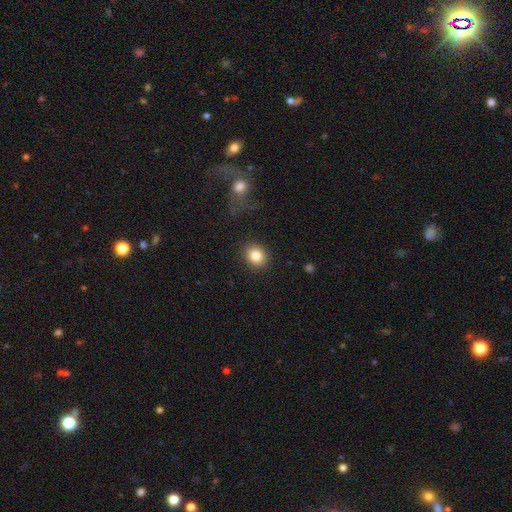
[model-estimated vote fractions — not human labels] smooth-or-featured: smooth: 84% | star or artifact: 9% | featured or disk: 6%
  how-rounded: round: 68% | in between: 31% | cigar-shaped: 1%
  merging: none: 87% | minor disturbance: 8% | major disturbance: 3% | merger: 2%